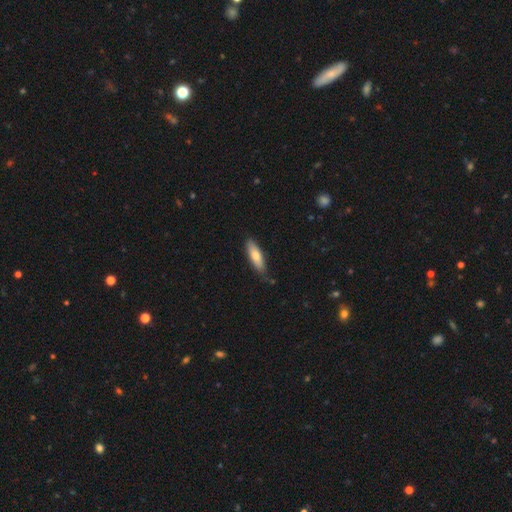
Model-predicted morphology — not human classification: Smooth or featured?
  - smooth: 74% *
  - featured or disk: 21%
  - star or artifact: 6%
How rounded?
  - cigar-shaped: 50% *
  - in between: 48%
  - round: 2%
Merging?
  - none: 74% *
  - minor disturbance: 21%
  - major disturbance: 3%
  - merger: 2%